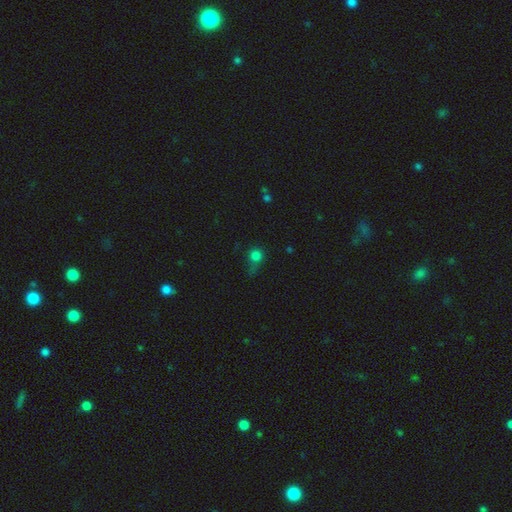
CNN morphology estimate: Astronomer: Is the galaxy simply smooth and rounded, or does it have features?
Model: smooth — 76%.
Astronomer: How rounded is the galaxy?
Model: round — 87%.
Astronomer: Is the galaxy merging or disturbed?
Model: none — 52%.